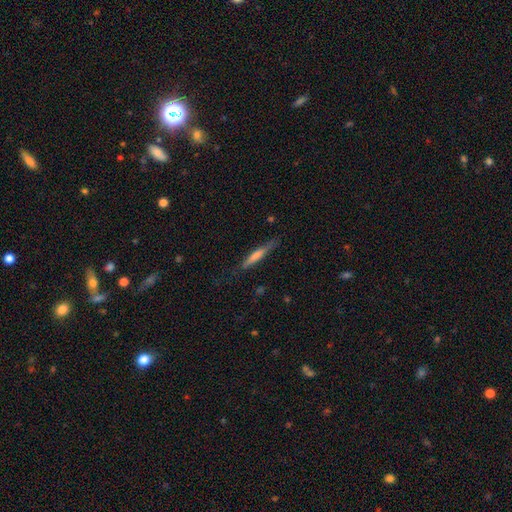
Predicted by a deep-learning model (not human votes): Overall: smooth (49%; featured or disk 45%). Merging: none (79%).